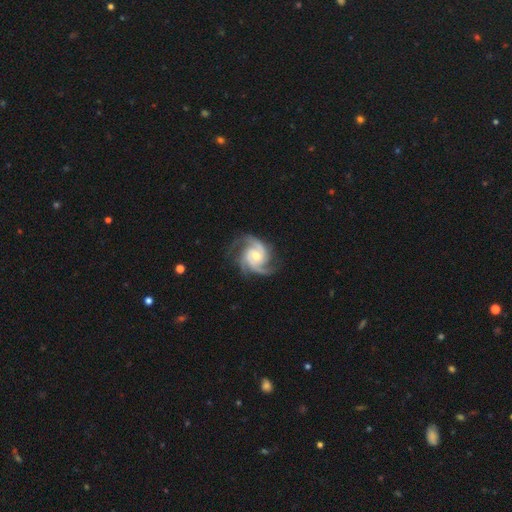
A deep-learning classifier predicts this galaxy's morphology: A featured or disk galaxy (93%) with no bar (63%), 3 (60%) medium (53%) spiral arms (99%) and a moderate central bulge (62%). Merging: none (76%).